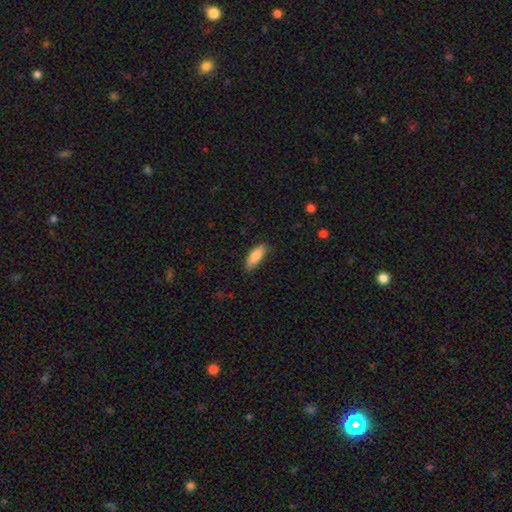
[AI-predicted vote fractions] Smooth or featured?
  - smooth: 85% *
  - featured or disk: 8%
  - star or artifact: 6%
How rounded?
  - in between: 66% *
  - cigar-shaped: 32%
  - round: 2%
Merging?
  - none: 77% *
  - minor disturbance: 19%
  - major disturbance: 3%
  - merger: 1%